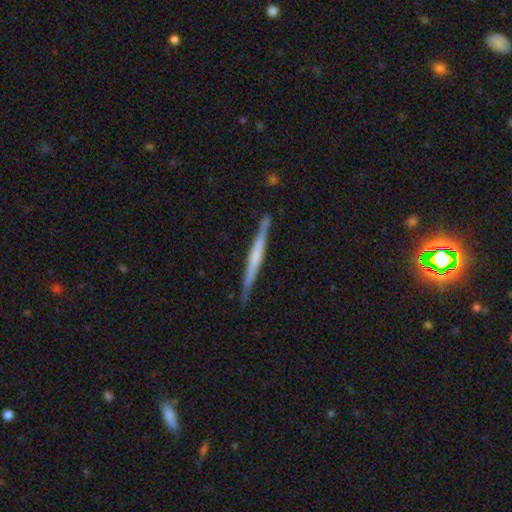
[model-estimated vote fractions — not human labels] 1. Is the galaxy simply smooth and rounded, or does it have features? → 59% featured or disk, 36% smooth, 5% star or artifact.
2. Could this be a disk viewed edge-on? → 97% yes, 3% no.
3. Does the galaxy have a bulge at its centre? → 64% none, 22% rounded, 14% boxy.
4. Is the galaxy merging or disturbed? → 88% none, 9% minor disturbance, 2% major disturbance, 1% merger.